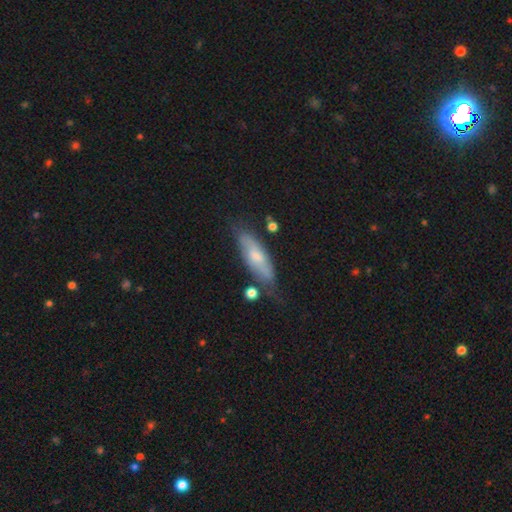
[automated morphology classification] Smooth or featured: smooth — 49% (featured or disk — 44%)
Merging: none — 63% (minor disturbance — 24%)